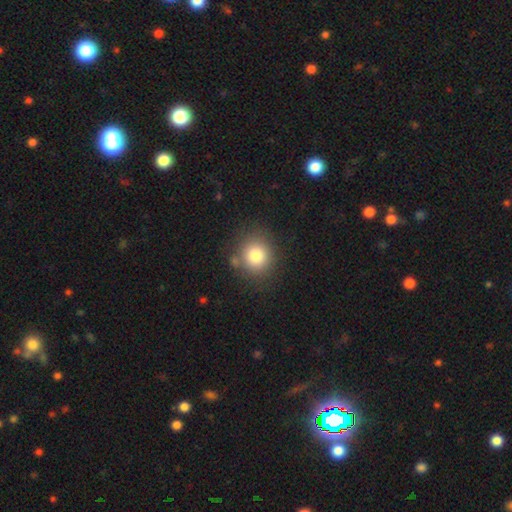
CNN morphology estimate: Overall: smooth (81%). How rounded: round (88%). Merging: none (80%).